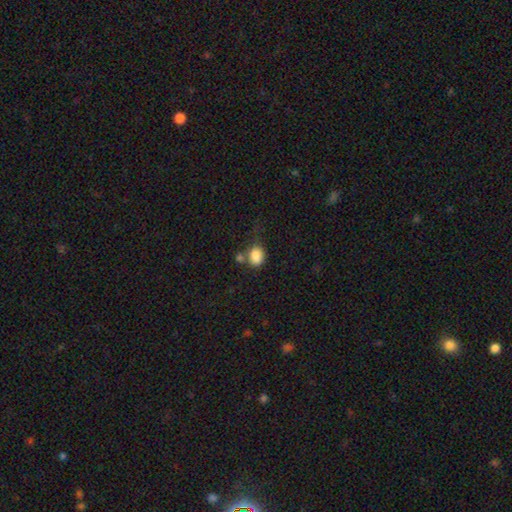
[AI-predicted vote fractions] This is clearly a smooth galaxy (84%). How rounded: possibly in between (56%). Merging: marginally none (38%).